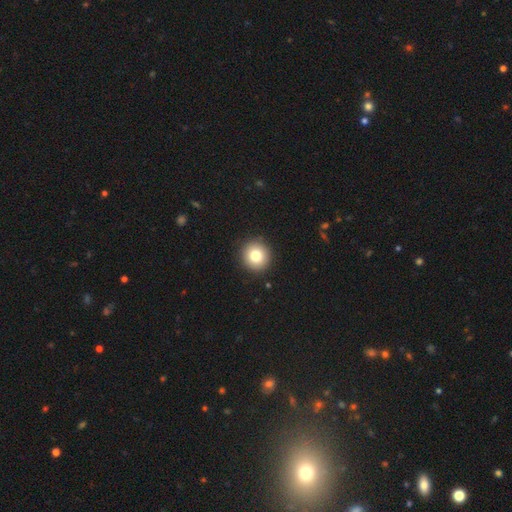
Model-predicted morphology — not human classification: A smooth galaxy with no disk features (81%) that is round (94%).

Vote fractions:
- Smooth or featured? smooth: 81% / star or artifact: 10% / featured or disk: 9%
- How rounded? round: 94% / in between: 5% / cigar-shaped: 1%
- Merging? none: 92% / minor disturbance: 5% / major disturbance: 2% / merger: 1%